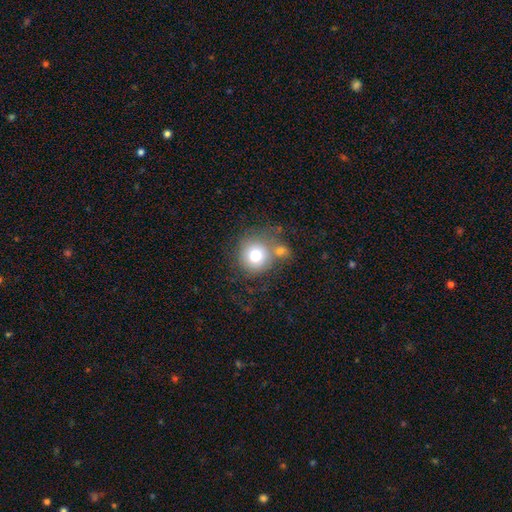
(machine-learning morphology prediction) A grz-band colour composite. It shows a smooth galaxy with no disk features (76%) that is round (91%). Merging: none (57%).